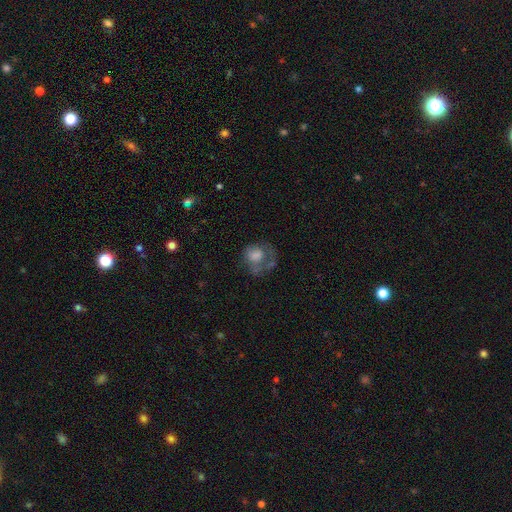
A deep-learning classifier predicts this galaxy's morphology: Smooth or featured?
  - smooth: 55% *
  - featured or disk: 34%
  - star or artifact: 10%
How rounded?
  - round: 63% *
  - in between: 36%
  - cigar-shaped: 1%
Merging?
  - major disturbance: 40% *
  - none: 33%
  - minor disturbance: 21%
  - merger: 6%